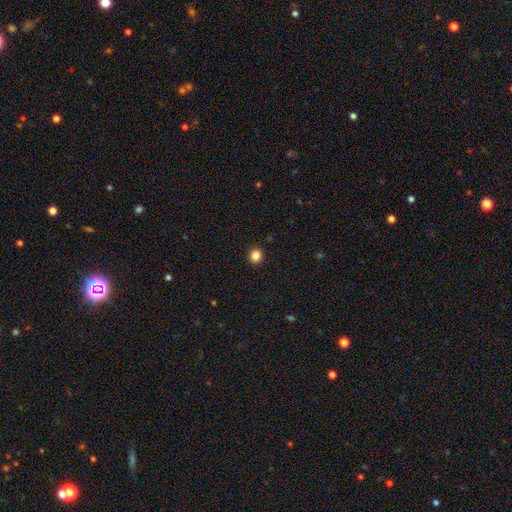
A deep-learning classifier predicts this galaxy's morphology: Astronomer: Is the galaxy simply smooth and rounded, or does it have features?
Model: smooth — 85%.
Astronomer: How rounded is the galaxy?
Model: round — 86%.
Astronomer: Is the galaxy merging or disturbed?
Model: none — 92%.